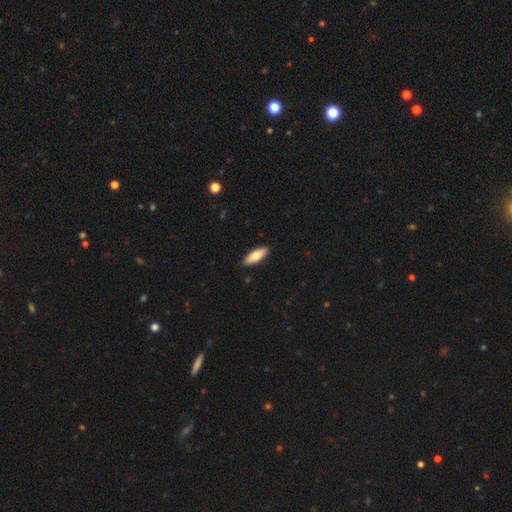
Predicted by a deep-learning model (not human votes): Q: Smooth or featured?
A: smooth (71%); runner-up: featured or disk (24%)
Q: How rounded?
A: in between (60%); runner-up: cigar-shaped (38%)
Q: Merging?
A: none (91%); runner-up: minor disturbance (7%)